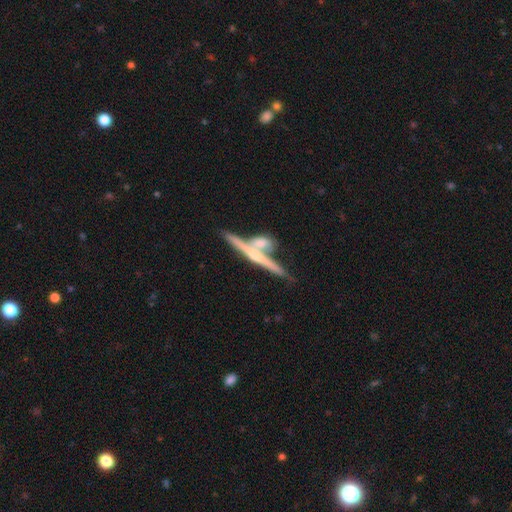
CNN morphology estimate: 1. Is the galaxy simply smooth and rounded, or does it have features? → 66% featured or disk, 27% smooth, 7% star or artifact.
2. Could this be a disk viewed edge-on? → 93% yes, 7% no.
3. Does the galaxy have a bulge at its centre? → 59% rounded, 31% none, 10% boxy.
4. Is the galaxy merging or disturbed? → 46% none, 40% merger, 10% minor disturbance, 4% major disturbance.